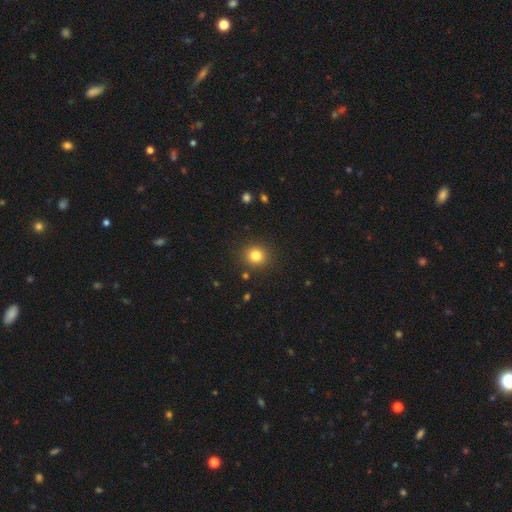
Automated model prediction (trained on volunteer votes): Smooth or featured? smooth (82%)
How rounded? round (88%)
Merging? none (89%)